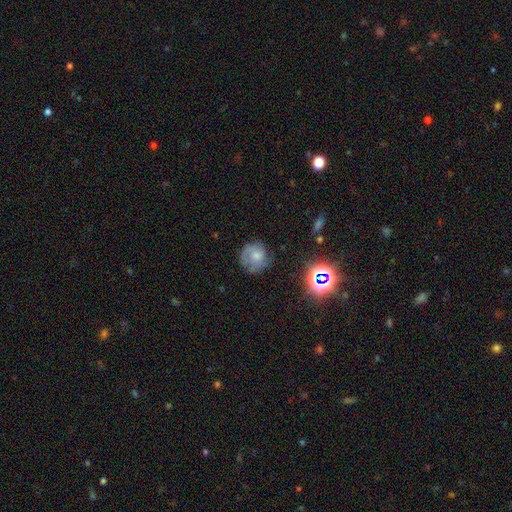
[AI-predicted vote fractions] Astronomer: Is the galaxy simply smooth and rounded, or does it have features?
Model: smooth — 52% (runner-up: featured or disk, 35%).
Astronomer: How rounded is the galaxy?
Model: round — 87%.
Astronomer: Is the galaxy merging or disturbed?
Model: none — 67%.